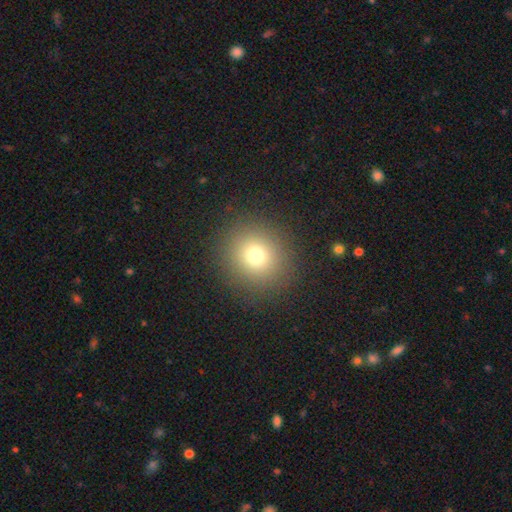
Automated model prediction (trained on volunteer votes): Morphology: type=smooth (73%); roundness=round (91%); merging=none (89%).